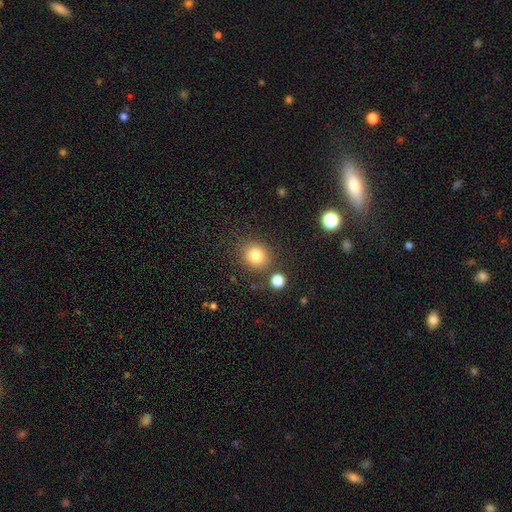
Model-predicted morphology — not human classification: smooth_or_featured: smooth (p=0.82) [alt: star or artifact p=0.11]
how_rounded: round (p=0.82) [alt: in between p=0.18]
merging: none (p=0.81) [alt: minor disturbance p=0.09]